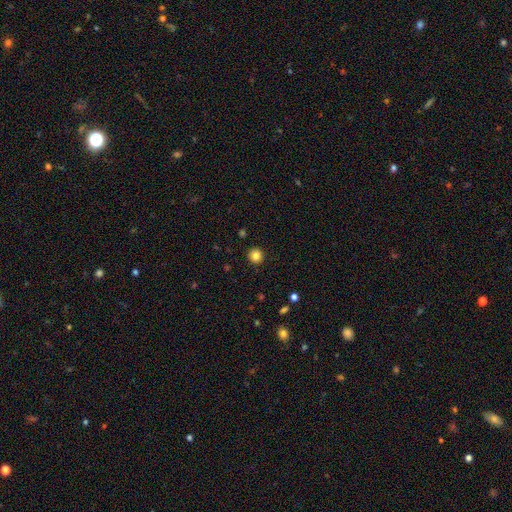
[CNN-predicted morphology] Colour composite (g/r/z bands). It shows a smooth galaxy with no disk features (84%) that is round (95%). Merging: none (93%).